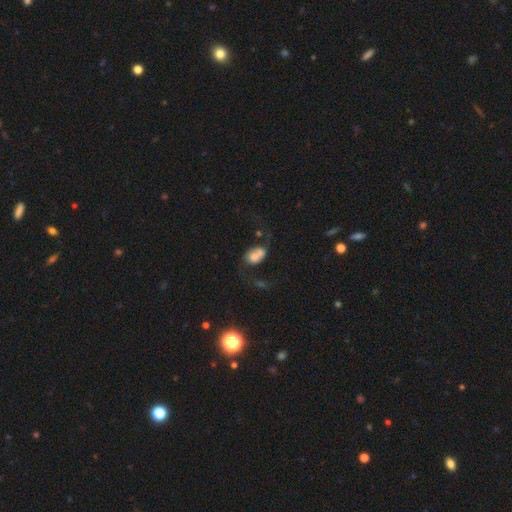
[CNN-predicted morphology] A smooth galaxy with no disk features (60%) that is in between round and cigar-shaped (69%). Merging: merger (44%).